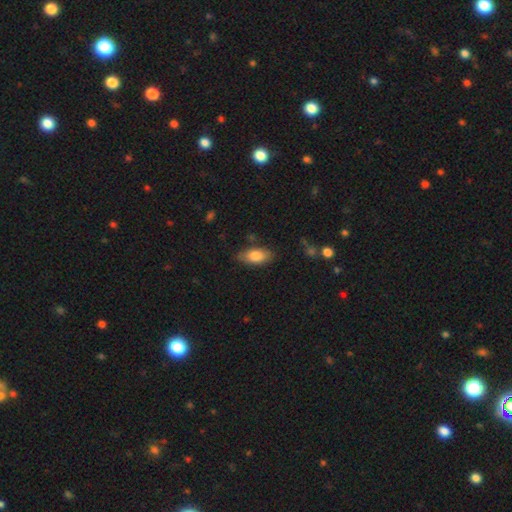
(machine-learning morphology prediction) Smooth or featured? Predicted: smooth (p=0.80). How rounded? Predicted: in between (p=0.89). Merging? Predicted: none (p=0.79).